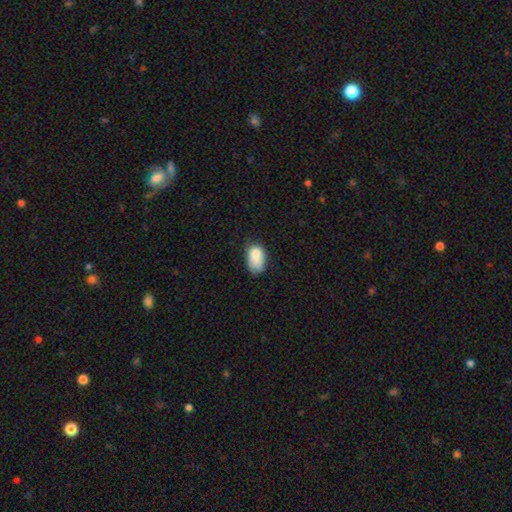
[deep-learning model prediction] smooth-or-featured: smooth: 82% | featured or disk: 9% | star or artifact: 9%
  how-rounded: in between: 89% | round: 10% | cigar-shaped: 1%
  merging: none: 47% | minor disturbance: 37% | major disturbance: 11% | merger: 5%